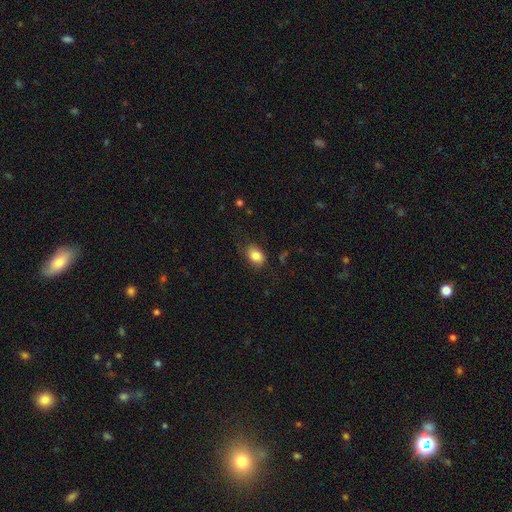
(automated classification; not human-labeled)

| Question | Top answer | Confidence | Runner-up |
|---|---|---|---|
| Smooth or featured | smooth | 84% | star or artifact (9%) |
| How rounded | in between | 76% | round (23%) |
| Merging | none | 72% | minor disturbance (20%) |